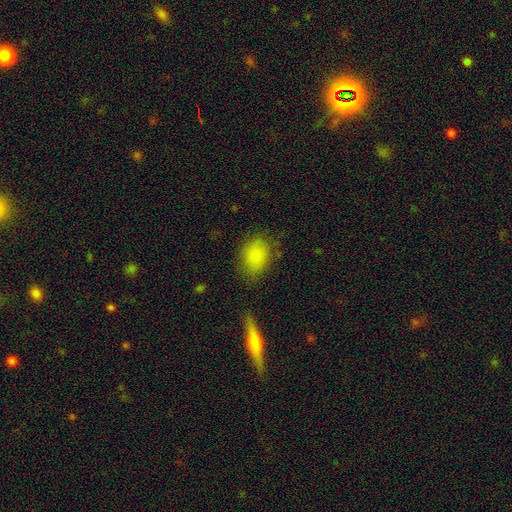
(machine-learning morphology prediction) type=smooth (85%); roundness=in between (60%); merging=none (76%).